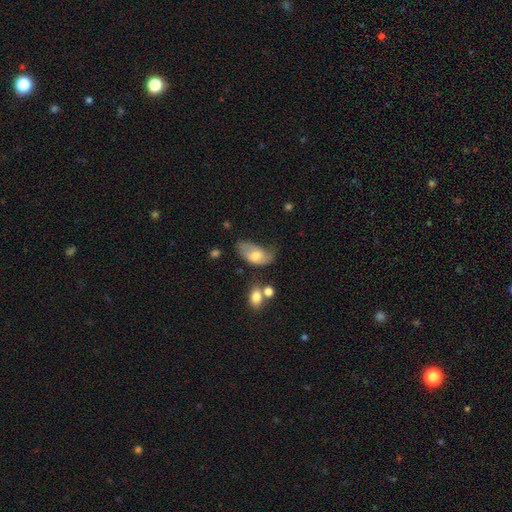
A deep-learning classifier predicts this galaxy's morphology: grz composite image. It shows a smooth galaxy with no disk features (64%) that is in between round and cigar-shaped (92%). Merging: minor disturbance (40%).